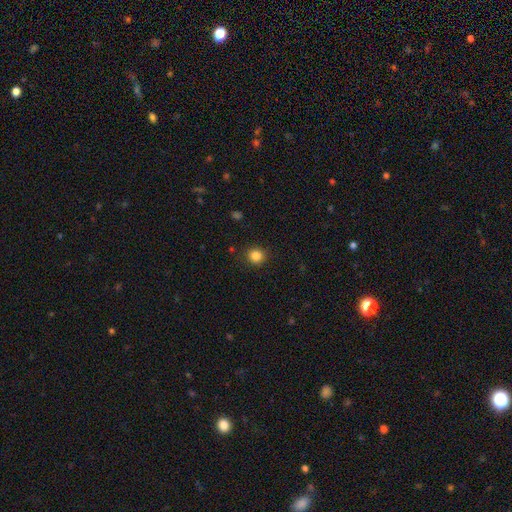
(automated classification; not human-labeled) This appears to be a smooth galaxy with no disk features (84%) that is round (90%). Merging: none (90%).